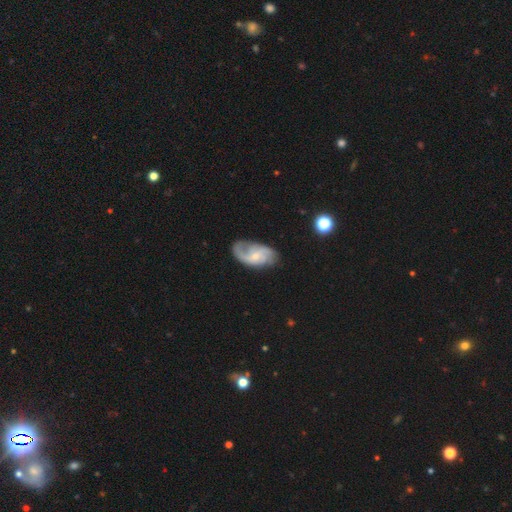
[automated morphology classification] A featured or disk galaxy (79%) with no bar (53%), 2 (59%) medium (44%) spiral arms (95%) and a small central bulge (66%).

Vote fractions:
- Smooth or featured? featured or disk: 79% / smooth: 15% / star or artifact: 6%
- Edge-on disk? no: 97% / yes: 3%
- Bar? no: 53% / weak: 40% / strong: 7%
- Spiral arms? yes: 95% / no: 5%
- Spiral winding? medium: 44% / loose: 39% / tight: 17%
- Spiral arm count? 2: 59% / can't tell: 15% / 3: 13% / 1: 7% / 4: 3% / more than 4: 3%
- Bulge size? small: 66% / moderate: 26% / none: 6% / large: 2% / dominant: 1%
- Merging? none: 64% / minor disturbance: 22% / major disturbance: 12% / merger: 2%